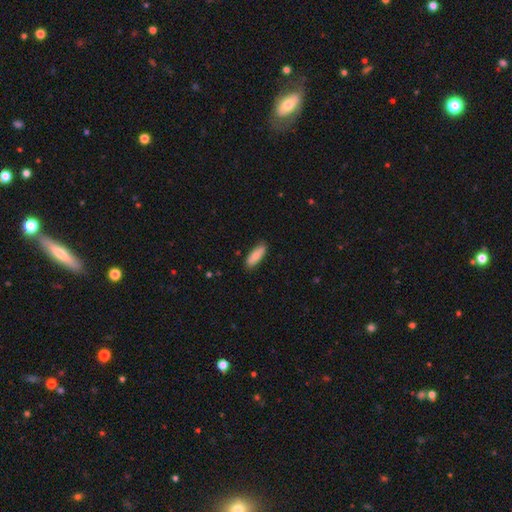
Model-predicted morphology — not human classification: smooth_or_featured: smooth (p=0.79) [alt: featured or disk p=0.15]
how_rounded: in between (p=0.62) [alt: cigar-shaped p=0.36]
merging: none (p=0.84) [alt: minor disturbance p=0.12]